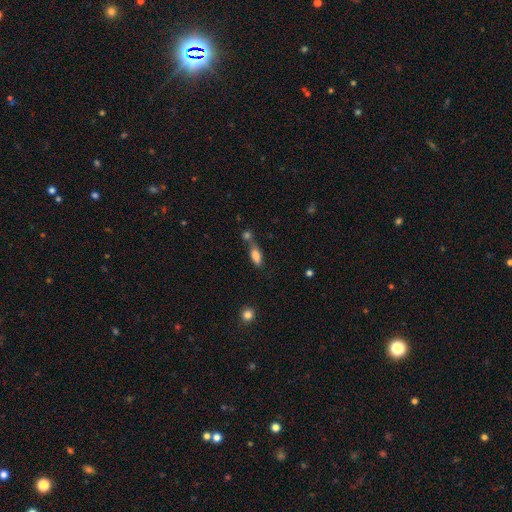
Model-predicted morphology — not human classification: Smooth or featured?
  - smooth: 82% *
  - featured or disk: 9%
  - star or artifact: 9%
How rounded?
  - in between: 79% *
  - cigar-shaped: 17%
  - round: 4%
Merging?
  - none: 44% *
  - merger: 36%
  - minor disturbance: 15%
  - major disturbance: 6%